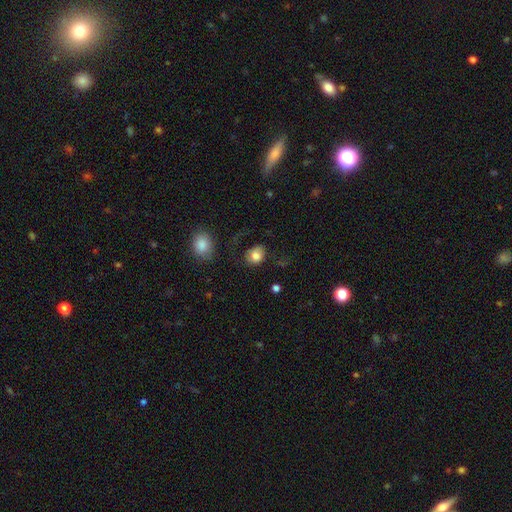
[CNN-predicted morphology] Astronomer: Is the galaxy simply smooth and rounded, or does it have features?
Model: smooth — 82%.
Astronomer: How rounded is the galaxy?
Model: round — 50% (runner-up: in between, 49%).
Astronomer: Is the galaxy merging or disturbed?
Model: none — 60%.